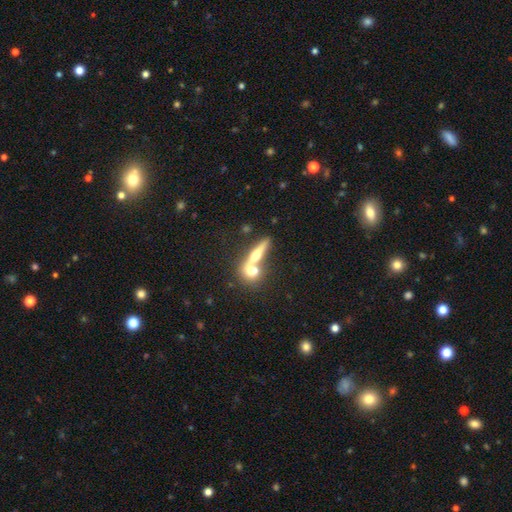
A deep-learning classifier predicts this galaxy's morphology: type=featured or disk (52%); edge-on=yes (83%); merging=merger (44%).